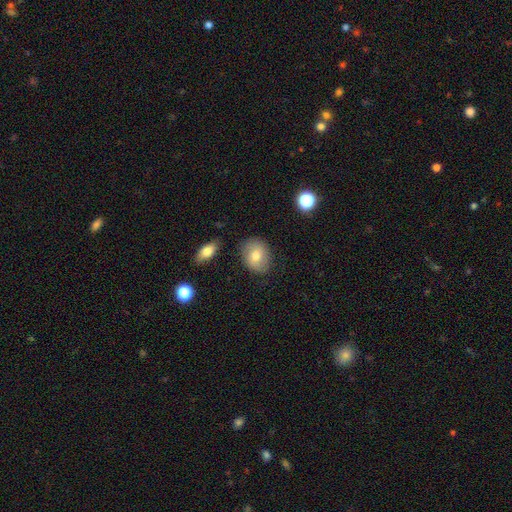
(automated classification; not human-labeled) Smooth or featured: smooth — 73% (featured or disk — 19%)
How rounded: in between — 56% (round — 43%)
Merging: none — 82% (minor disturbance — 13%)